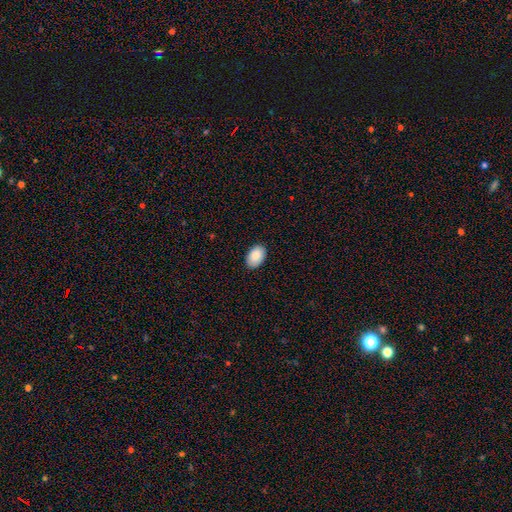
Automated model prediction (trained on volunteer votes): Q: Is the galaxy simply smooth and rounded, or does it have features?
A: smooth — 87%.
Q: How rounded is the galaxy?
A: in between — 91%.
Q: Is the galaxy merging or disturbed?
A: none — 89%.